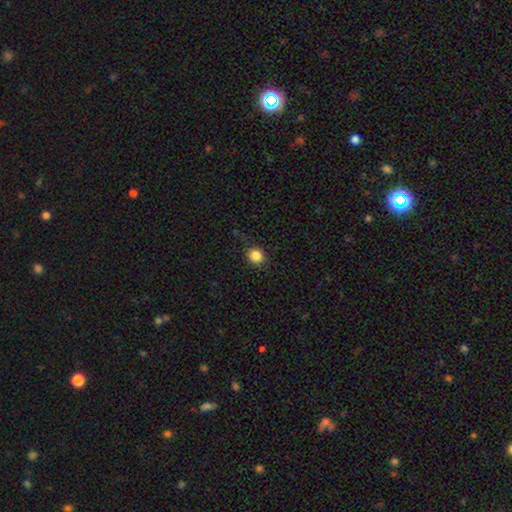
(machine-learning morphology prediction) Smooth or featured?
  - smooth: 86% *
  - star or artifact: 10%
  - featured or disk: 3%
How rounded?
  - round: 86% *
  - in between: 13%
  - cigar-shaped: 1%
Merging?
  - none: 89% *
  - minor disturbance: 8%
  - major disturbance: 2%
  - merger: 1%